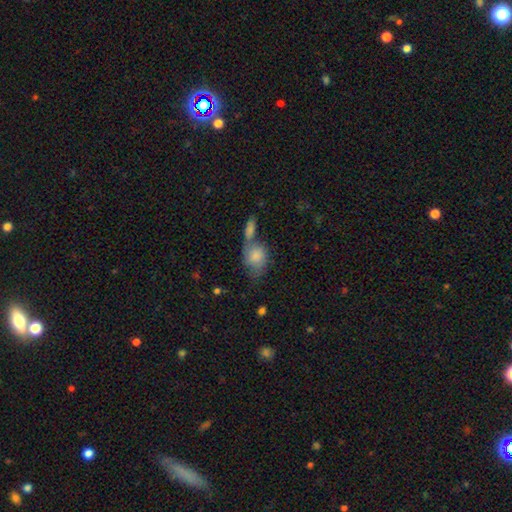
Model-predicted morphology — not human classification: Q: Smooth or featured?
A: smooth (75%); runner-up: featured or disk (18%)
Q: How rounded?
A: in between (65%); runner-up: round (33%)
Q: Merging?
A: merger (45%); runner-up: none (30%)